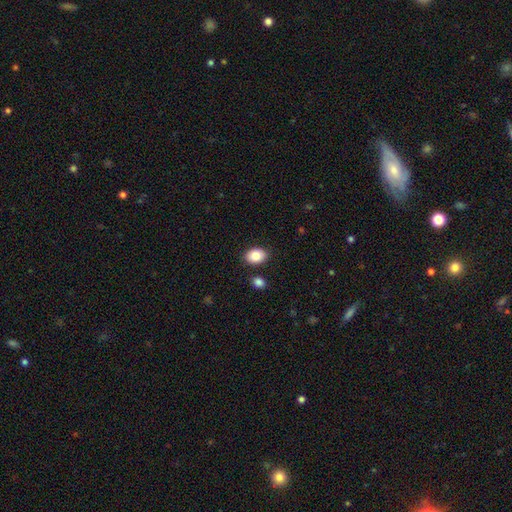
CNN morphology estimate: smooth_or_featured: smooth (p=0.86) [alt: star or artifact p=0.07]
how_rounded: in between (p=0.80) [alt: round p=0.19]
merging: none (p=0.86) [alt: minor disturbance p=0.09]